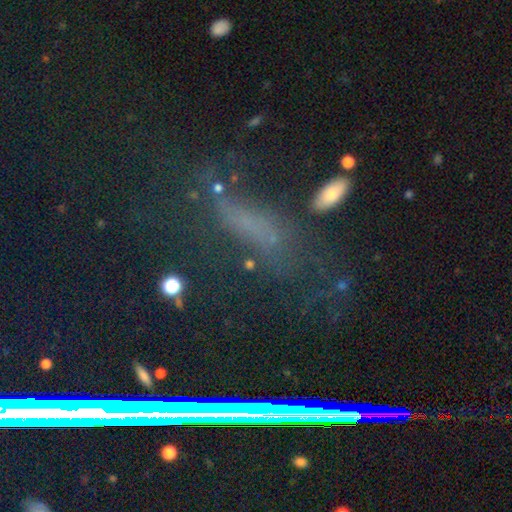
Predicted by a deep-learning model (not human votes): A star or artifact, not a galaxy (44%).

Vote fractions:
- Smooth or featured? star or artifact: 44% / smooth: 36% / featured or disk: 20%